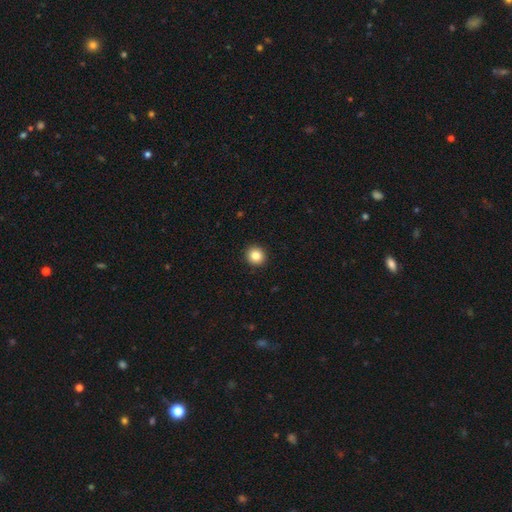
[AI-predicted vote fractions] Morphology: type=smooth (84%); roundness=round (89%); merging=none (93%).